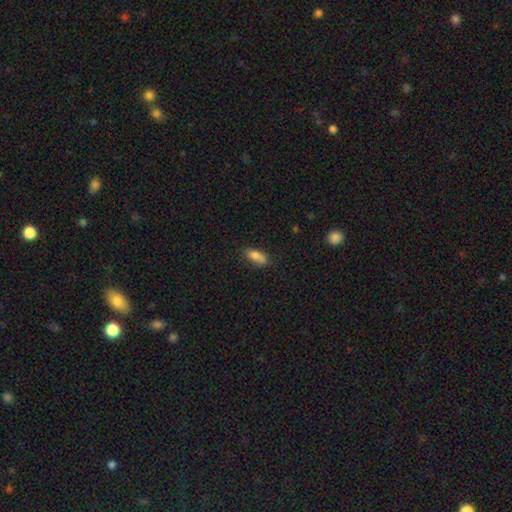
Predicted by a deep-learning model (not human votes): Morphology: type=smooth (80%); roundness=in between (78%); merging=none (60%).